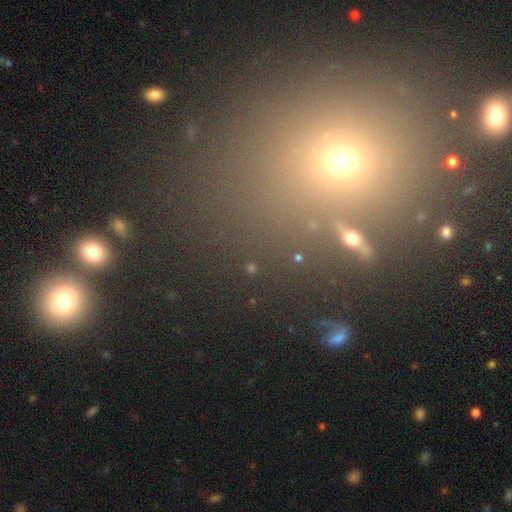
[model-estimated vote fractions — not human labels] Morphology: type=smooth (52%); roundness=round (61%); merging=none (81%).